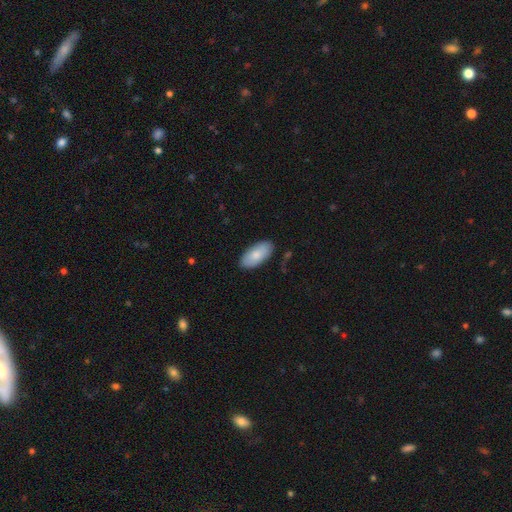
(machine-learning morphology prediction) A smooth galaxy with no disk features (82%) that is in between round and cigar-shaped (93%).

Vote fractions:
- Smooth or featured? smooth: 82% / featured or disk: 12% / star or artifact: 6%
- How rounded? in between: 93% / cigar-shaped: 5% / round: 2%
- Merging? none: 85% / minor disturbance: 11% / major disturbance: 2% / merger: 1%